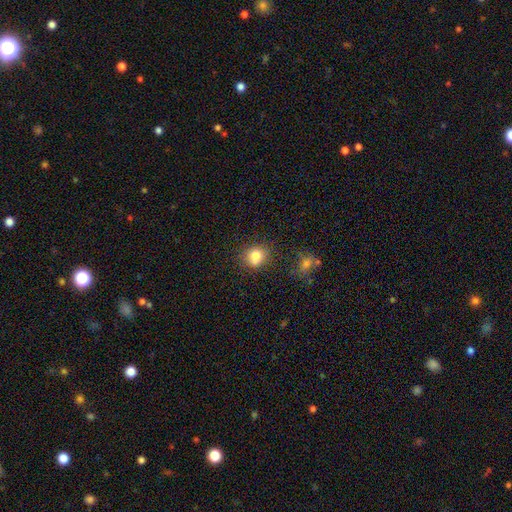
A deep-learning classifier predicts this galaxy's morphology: A smooth galaxy with no disk features (81%) that is round (71%).

Vote fractions:
- Smooth or featured? smooth: 81% / star or artifact: 11% / featured or disk: 8%
- How rounded? round: 71% / in between: 28% / cigar-shaped: 1%
- Merging? none: 68% / minor disturbance: 19% / merger: 8% / major disturbance: 5%